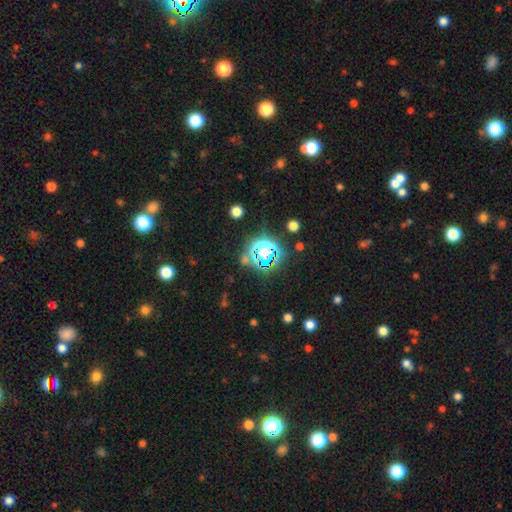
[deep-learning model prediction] This is likely a star or artifact rather than a galaxy (73%).